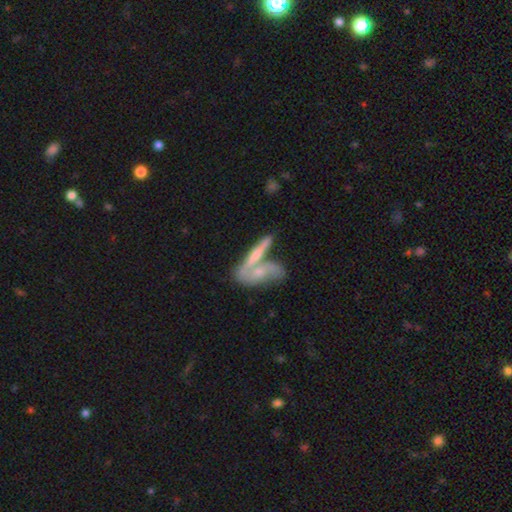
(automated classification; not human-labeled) This is possibly a featured or disk galaxy (54%). It is possibly viewed edge-on (54%). Merging: possibly merger (51%).